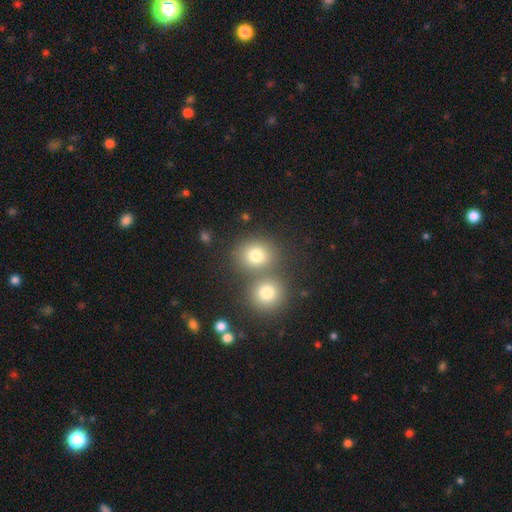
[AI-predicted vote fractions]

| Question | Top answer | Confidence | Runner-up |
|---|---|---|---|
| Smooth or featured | smooth | 77% | star or artifact (14%) |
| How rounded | round | 82% | in between (17%) |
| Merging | none | 56% | merger (34%) |